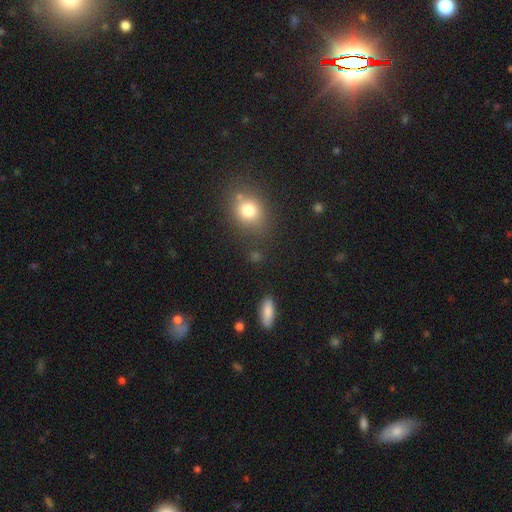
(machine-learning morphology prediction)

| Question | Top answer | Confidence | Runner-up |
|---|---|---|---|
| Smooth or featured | smooth | 71% | star or artifact (20%) |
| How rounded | round | 54% | in between (42%) |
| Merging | none | 75% | minor disturbance (14%) |